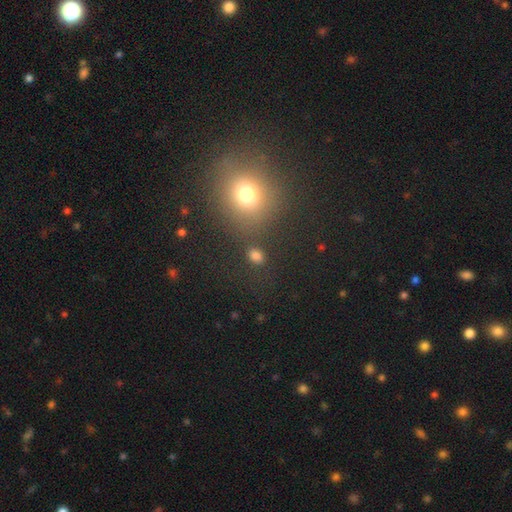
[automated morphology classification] smooth-or-featured: smooth: 74% | star or artifact: 20% | featured or disk: 6%
  how-rounded: round: 55% | in between: 43% | cigar-shaped: 2%
  merging: none: 79% | minor disturbance: 9% | merger: 7% | major disturbance: 5%